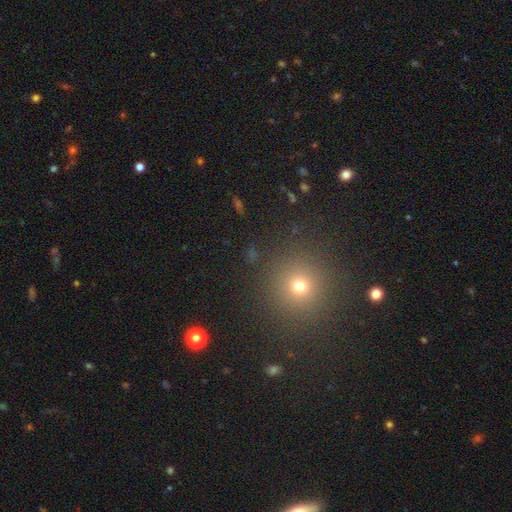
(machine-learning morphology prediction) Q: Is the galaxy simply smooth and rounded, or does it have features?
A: smooth — 57%.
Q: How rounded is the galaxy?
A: round — 94%.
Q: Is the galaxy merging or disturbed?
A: none — 90%.